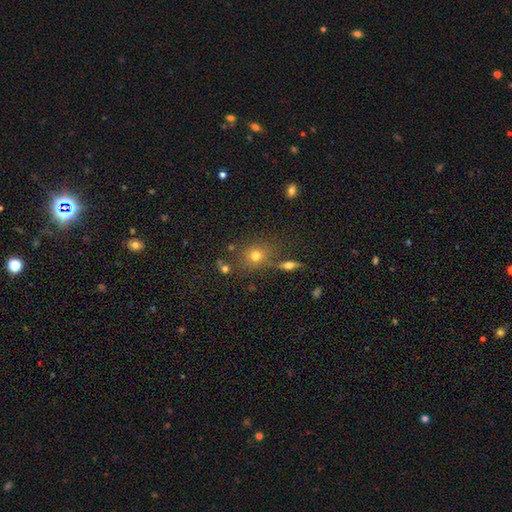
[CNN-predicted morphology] type=smooth (65%); roundness=round (77%); merging=none (68%).